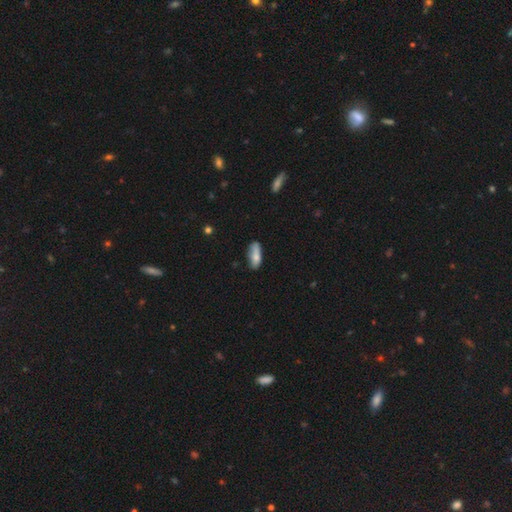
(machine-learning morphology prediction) Overall: smooth (77%). How rounded: in between (74%). Merging: none (62%; minor disturbance 27%).